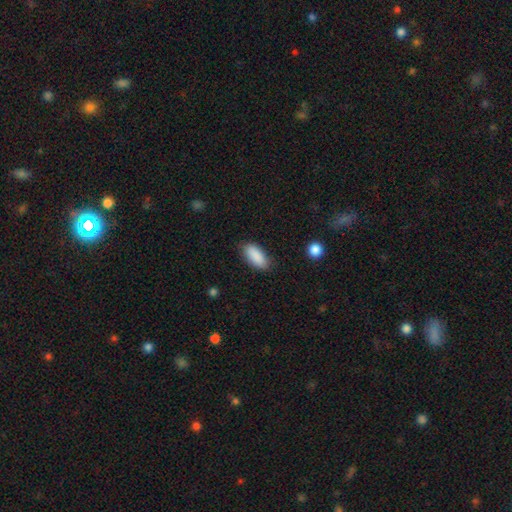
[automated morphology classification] type=smooth (89%); roundness=in between (86%); merging=none (83%).